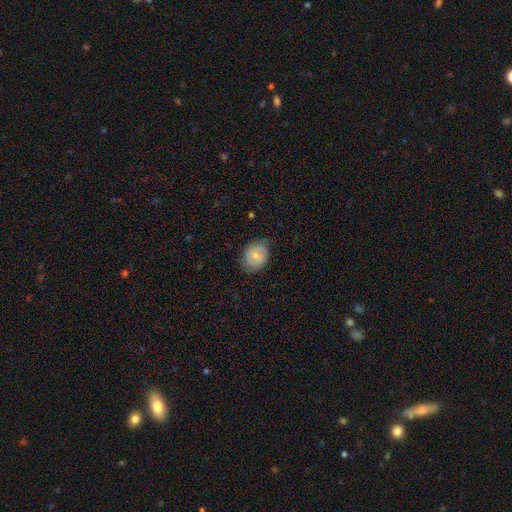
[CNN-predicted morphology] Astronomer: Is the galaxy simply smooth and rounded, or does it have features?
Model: smooth — 59% (runner-up: featured or disk, 34%).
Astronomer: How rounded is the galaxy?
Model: round — 55% (runner-up: in between, 44%).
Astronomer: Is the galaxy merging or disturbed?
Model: none — 74%.